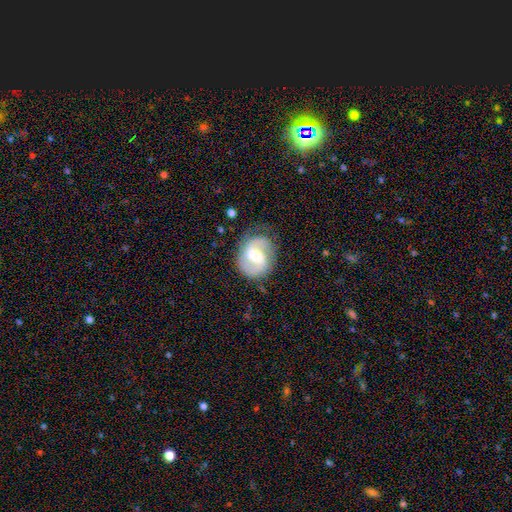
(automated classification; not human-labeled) featured or disk 74%, smooth 20%, star or artifact 6%. Down the decision tree: edge-on disk — no (97%); bar — weak (54%); spiral arms — yes (90%); spiral arm count — 2 (84%); spiral winding — medium (49%); bulge size — moderate (57%); merging — none (68%).